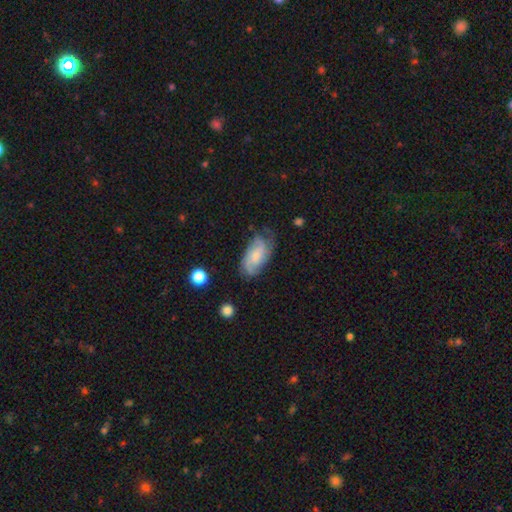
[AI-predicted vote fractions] smooth_or_featured: featured or disk (p=0.57) [alt: smooth p=0.35]
disk_edge_on: no (p=0.95) [alt: yes p=0.05]
bar: no (p=0.65) [alt: weak p=0.30]
has_spiral_arms: yes (p=0.89) [alt: no p=0.11]
bulge_size: small (p=0.39) [alt: moderate p=0.26]
merging: none (p=0.60) [alt: minor disturbance p=0.26]